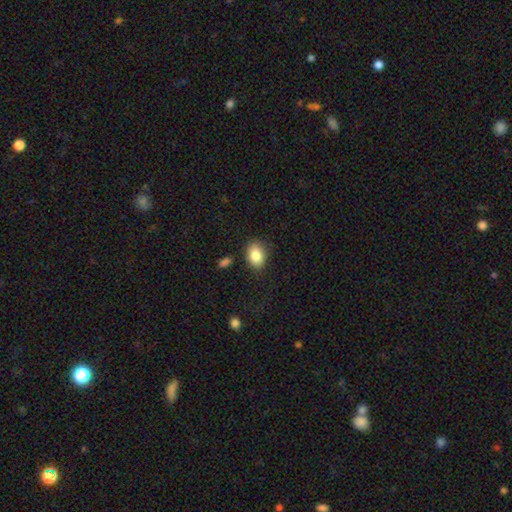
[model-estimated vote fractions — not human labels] A smooth galaxy with no disk features (85%) that is in between round and cigar-shaped (73%).

Vote fractions:
- Smooth or featured? smooth: 85% / star or artifact: 8% / featured or disk: 7%
- How rounded? in between: 73% / round: 26% / cigar-shaped: 1%
- Merging? none: 78% / minor disturbance: 15% / major disturbance: 4% / merger: 3%